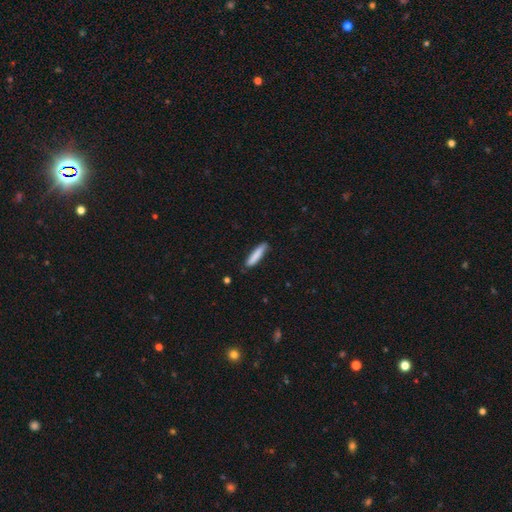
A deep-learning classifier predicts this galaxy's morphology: type=smooth (84%); roundness=cigar-shaped (86%); merging=none (84%).